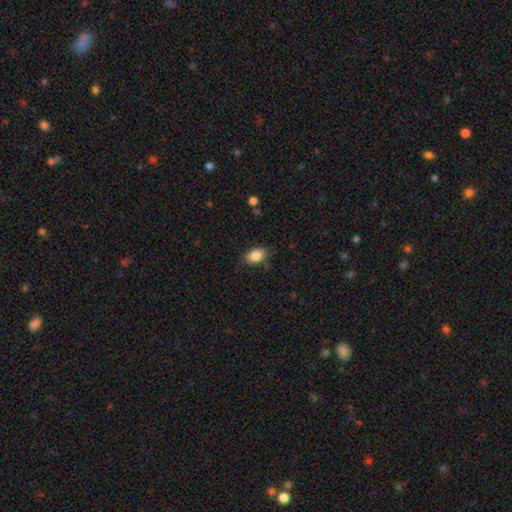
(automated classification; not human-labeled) The model was most divided on "merging": none: 82%, minor disturbance: 13%, major disturbance: 3%, merger: 1%. More confident: how rounded — in between (89%); smooth or featured — smooth (87%).